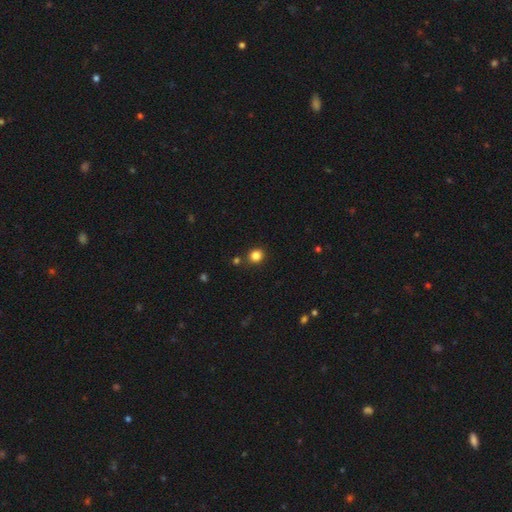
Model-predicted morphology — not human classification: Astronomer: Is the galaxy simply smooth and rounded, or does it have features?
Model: smooth — 83%.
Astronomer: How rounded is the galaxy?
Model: round — 82%.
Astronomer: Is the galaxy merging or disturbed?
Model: none — 84%.